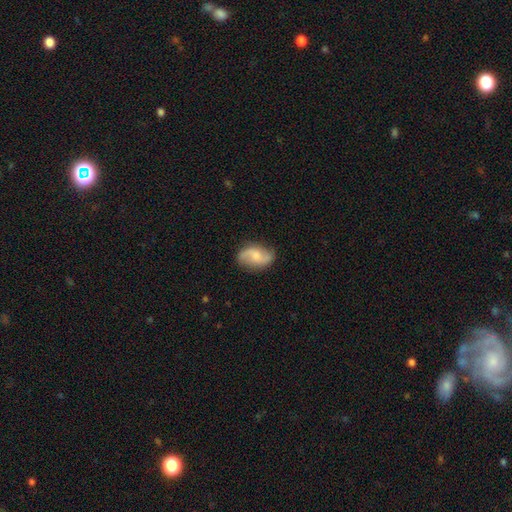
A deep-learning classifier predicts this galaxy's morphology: Smooth or featured?
  - featured or disk: 66% *
  - smooth: 28%
  - star or artifact: 7%
Edge-on disk?
  - no: 97% *
  - yes: 3%
Bar?
  - no: 51% *
  - weak: 41%
  - strong: 8%
Spiral arms?
  - yes: 94% *
  - no: 6%
Spiral winding?
  - loose: 63% *
  - medium: 28%
  - tight: 9%
Spiral arm count?
  - 2: 91% *
  - can't tell: 4%
  - 1: 2%
  - 3: 1%
  - 4: 1%
  - more than 4: 1%
Bulge size?
  - moderate: 39% *
  - small: 37%
  - none: 16%
  - large: 6%
  - dominant: 2%
Merging?
  - none: 79% *
  - minor disturbance: 15%
  - major disturbance: 4%
  - merger: 1%